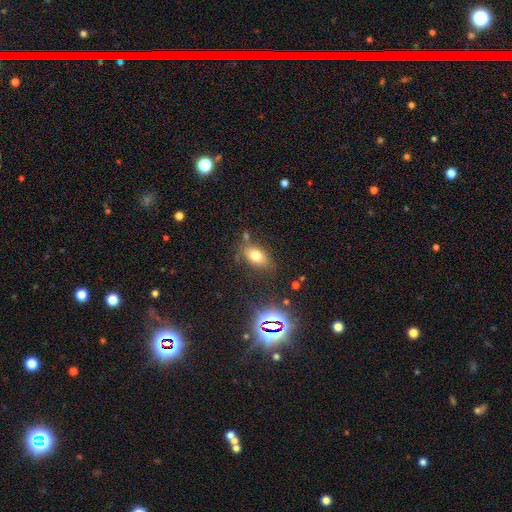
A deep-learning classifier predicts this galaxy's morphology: This is likely a smooth galaxy (71%). How rounded: clearly in between (85%). Merging: likely none (72%).